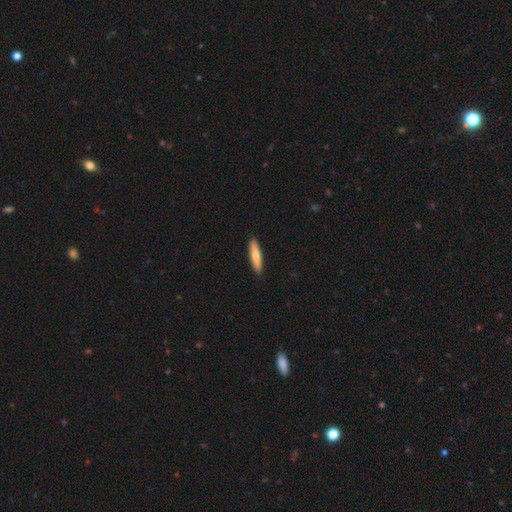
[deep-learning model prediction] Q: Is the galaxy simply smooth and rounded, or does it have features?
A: smooth — 71%.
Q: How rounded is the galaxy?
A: cigar-shaped — 83%.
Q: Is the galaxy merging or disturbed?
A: none — 91%.